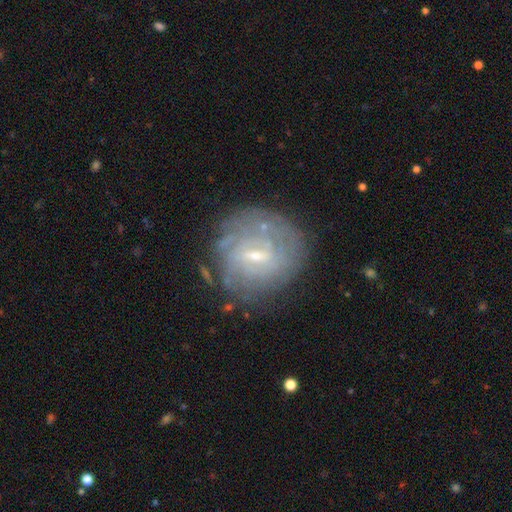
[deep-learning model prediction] featured or disk 74%, smooth 17%, star or artifact 9%. Down the decision tree: edge-on disk — no (96%); bar — weak (60%); spiral arms — yes (78%); spiral arm count — can't tell (59%); spiral winding — tight (68%); bulge size — small (68%); merging — none (74%).